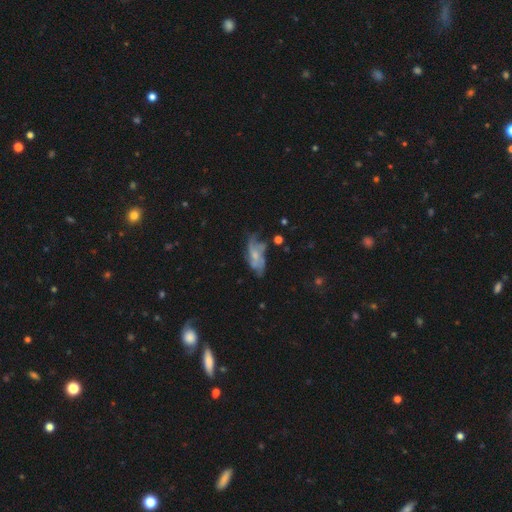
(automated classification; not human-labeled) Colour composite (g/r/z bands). It shows a featured or disk galaxy (64%) with no bar (70%), spiral arms (70%) and a small central bulge (53%). Merging: none (41%).